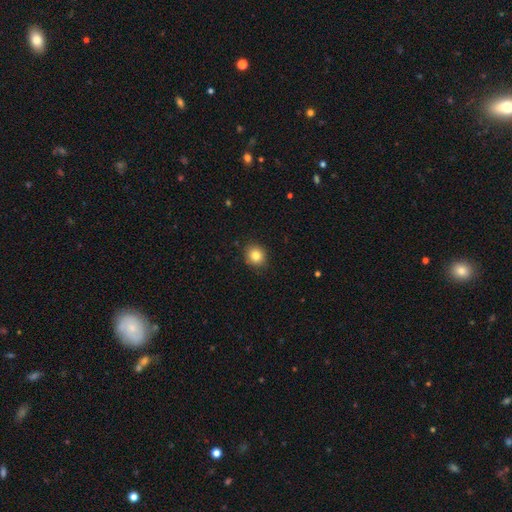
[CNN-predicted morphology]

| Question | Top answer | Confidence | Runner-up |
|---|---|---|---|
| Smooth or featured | smooth | 83% | star or artifact (10%) |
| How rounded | round | 81% | in between (18%) |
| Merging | none | 89% | minor disturbance (8%) |